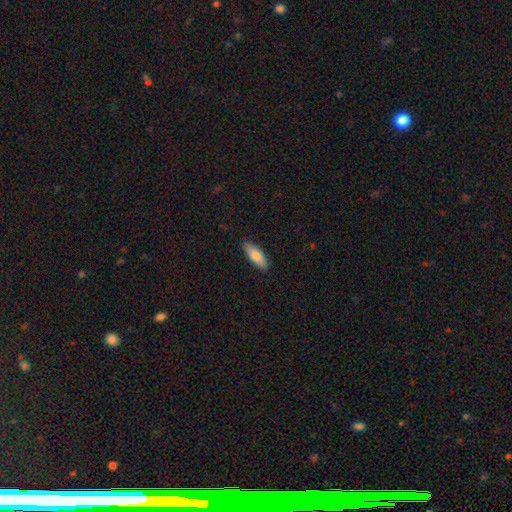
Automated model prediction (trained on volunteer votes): A smooth galaxy with no disk features (79%) that is in between round and cigar-shaped (60%). Merging: none (88%).